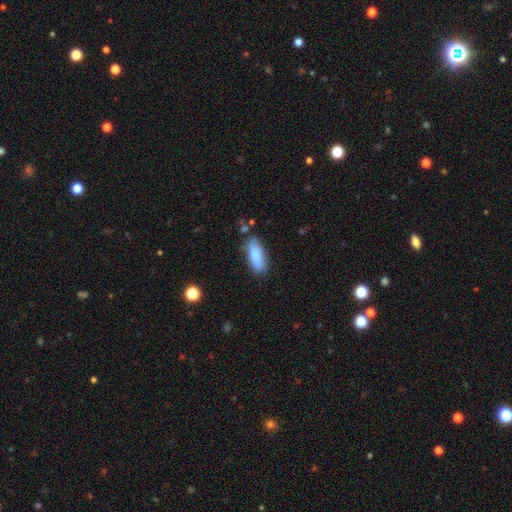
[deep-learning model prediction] Morphology: type=smooth (77%); roundness=in between (68%); merging=none (60%).